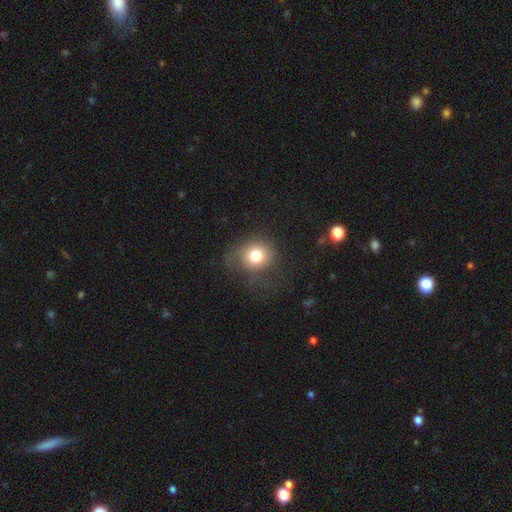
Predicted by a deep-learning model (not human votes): Smooth or featured? smooth (77%)
How rounded? round (81%)
Merging? none (61%)